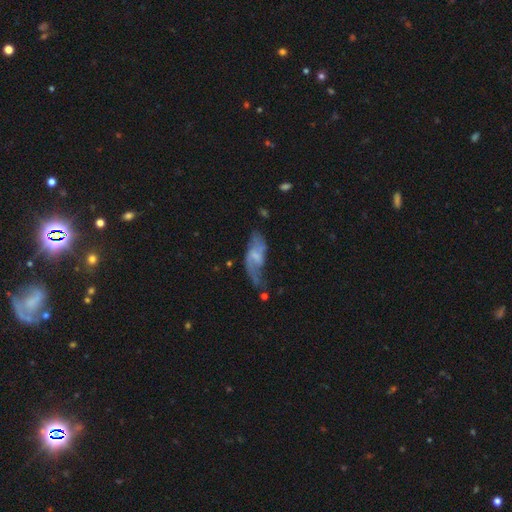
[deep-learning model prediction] featured or disk 66%, smooth 27%, star or artifact 7%. Down the decision tree: edge-on disk — no (90%); bar — weak (50%); spiral arms — yes (81%); bulge size — small (49%); merging — none (40%).